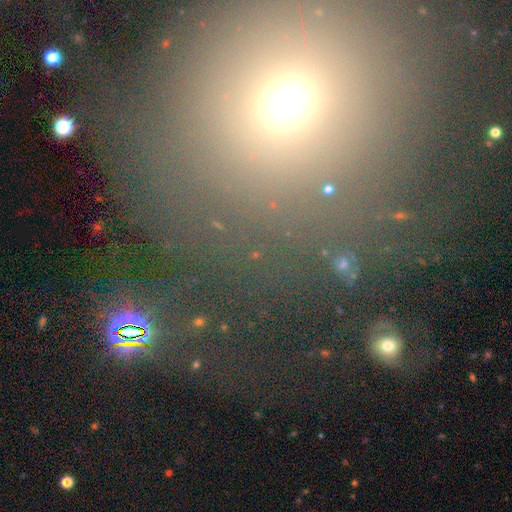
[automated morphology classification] smooth 44%, star or artifact 43%, featured or disk 13%. Down the decision tree: merging — none (74%).